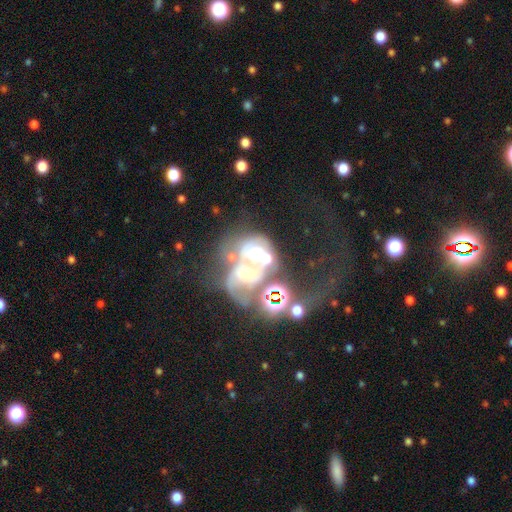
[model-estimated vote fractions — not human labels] Overall: featured or disk (60%; star or artifact 20%). Edge-on disk: no (97%). Bar: no (79%). Spiral arms: no (65%; yes 35%). Bulge size: moderate (52%; small 20%). Merging: merger (59%; major disturbance 23%).